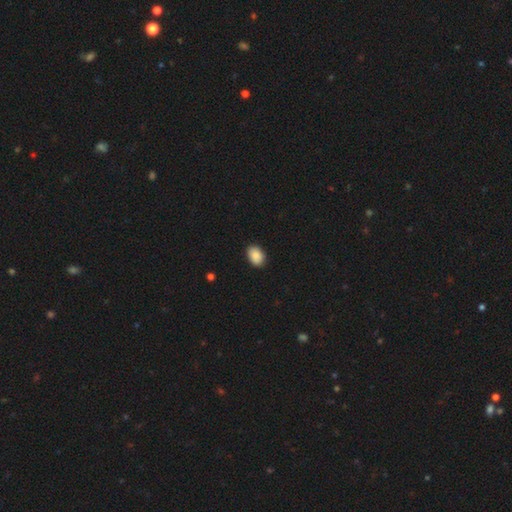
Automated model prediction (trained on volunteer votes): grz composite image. It shows a smooth galaxy with no disk features (89%) that is in between round and cigar-shaped (82%). Merging: none (88%).